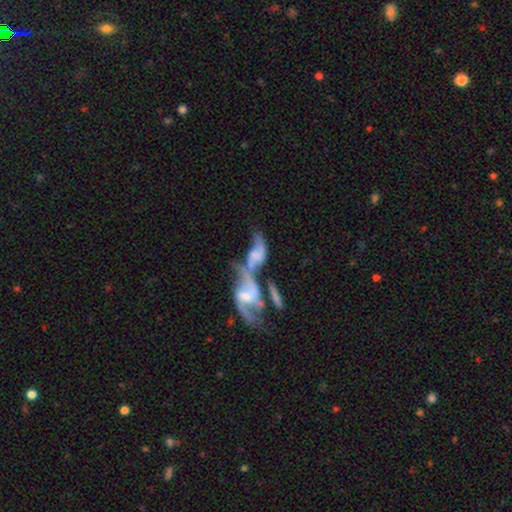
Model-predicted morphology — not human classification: Smooth or featured? featured or disk (64%)
Edge-on disk? no (92%)
Bar? no (53%)
Spiral arms? yes (75%)
Bulge size? none (38%)
Merging? merger (73%)